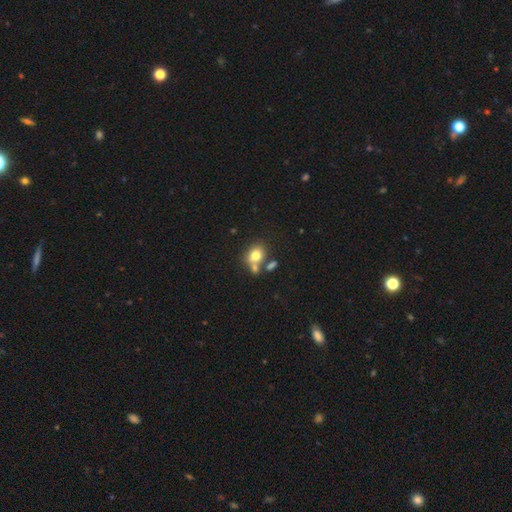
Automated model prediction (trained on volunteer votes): A smooth galaxy with no disk features (75%) that is round (52%). Merging: none (50%).